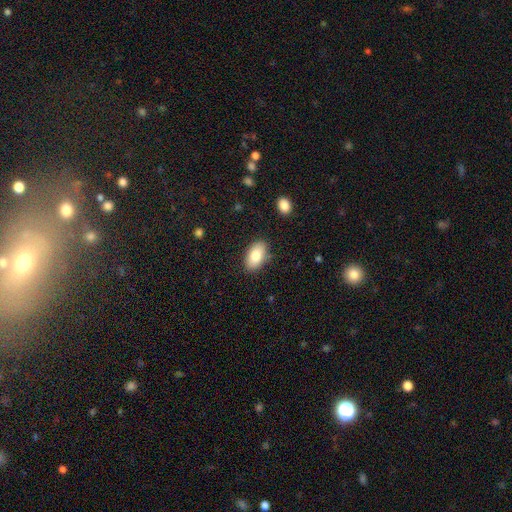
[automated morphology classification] Smooth or featured?
  - smooth: 81% *
  - featured or disk: 12%
  - star or artifact: 7%
How rounded?
  - in between: 93% *
  - round: 5%
  - cigar-shaped: 2%
Merging?
  - none: 85% *
  - minor disturbance: 11%
  - major disturbance: 3%
  - merger: 2%